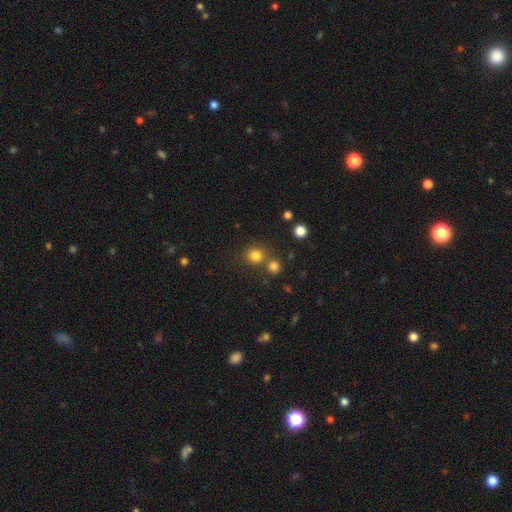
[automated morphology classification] A smooth galaxy with no disk features (79%) that is round (88%). Merging: none (70%).